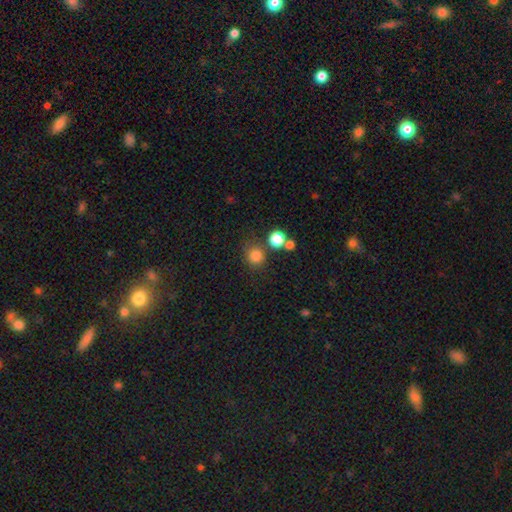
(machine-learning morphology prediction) Q: Smooth or featured?
A: smooth (81%); runner-up: star or artifact (14%)
Q: How rounded?
A: round (88%); runner-up: in between (11%)
Q: Merging?
A: none (72%); runner-up: merger (13%)